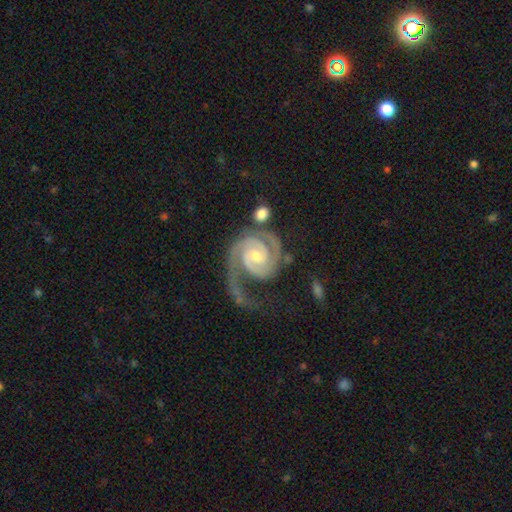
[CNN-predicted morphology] smooth_or_featured: featured or disk (p=0.93) [alt: star or artifact p=0.04]
disk_edge_on: no (p=0.98) [alt: yes p=0.02]
bar: no (p=0.51) [alt: weak p=0.36]
has_spiral_arms: yes (p=0.99) [alt: no p=0.01]
spiral_winding: tight (p=0.65) [alt: medium p=0.29]
spiral_arm_count: 2 (p=0.74) [alt: 3 p=0.12]
bulge_size: moderate (p=0.51) [alt: small p=0.45]
merging: none (p=0.48) [alt: major disturbance p=0.25]